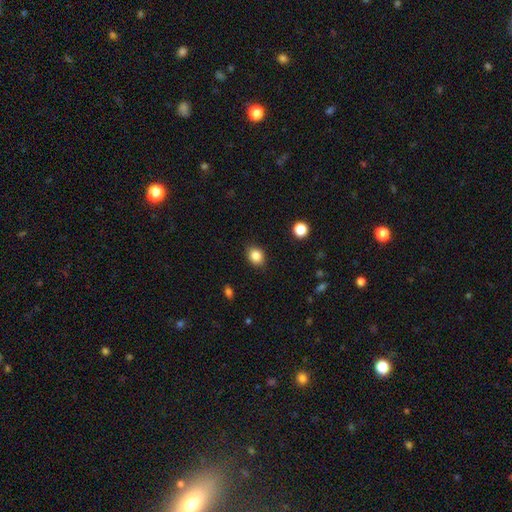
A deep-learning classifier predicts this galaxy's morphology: type=smooth (85%); roundness=in between (51%); merging=none (86%).